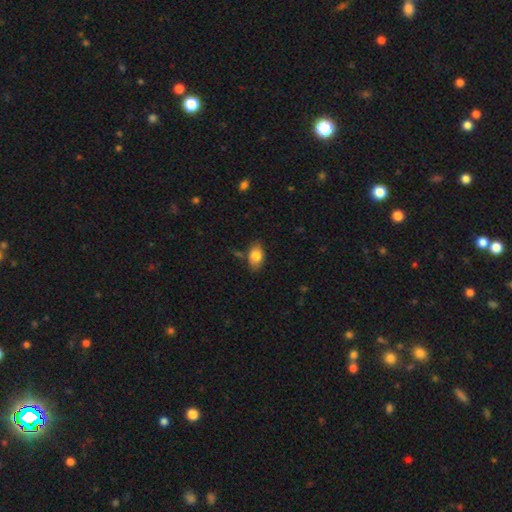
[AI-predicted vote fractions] Morphology: type=smooth (83%); roundness=in between (86%); merging=none (77%).